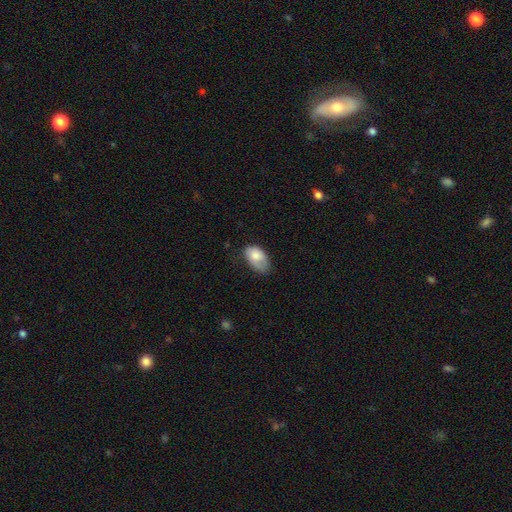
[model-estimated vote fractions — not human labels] smooth-or-featured: smooth: 78% | featured or disk: 16% | star or artifact: 7%
  how-rounded: in between: 92% | round: 7% | cigar-shaped: 1%
  merging: none: 42% | minor disturbance: 41% | major disturbance: 16% | merger: 2%